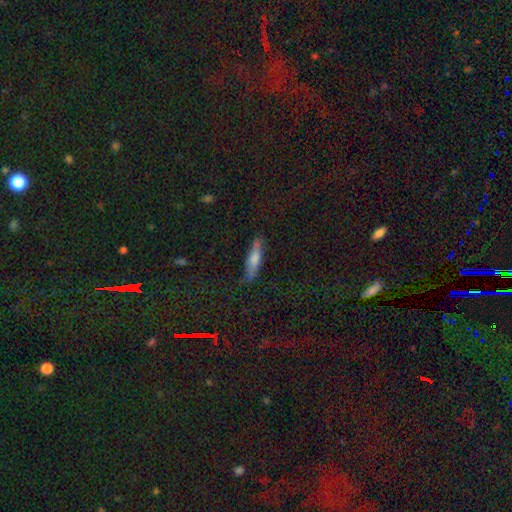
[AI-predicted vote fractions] This appears to be a smooth galaxy with no disk features (49%). Merging: none (84%).